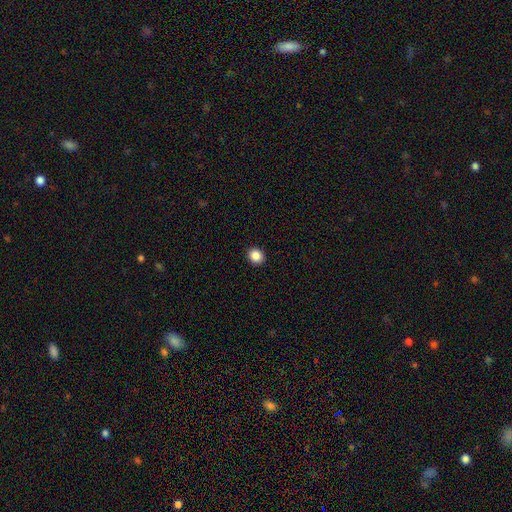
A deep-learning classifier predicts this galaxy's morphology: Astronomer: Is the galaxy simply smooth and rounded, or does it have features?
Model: smooth — 87%.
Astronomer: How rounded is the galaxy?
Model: round — 82%.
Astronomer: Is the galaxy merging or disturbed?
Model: none — 93%.